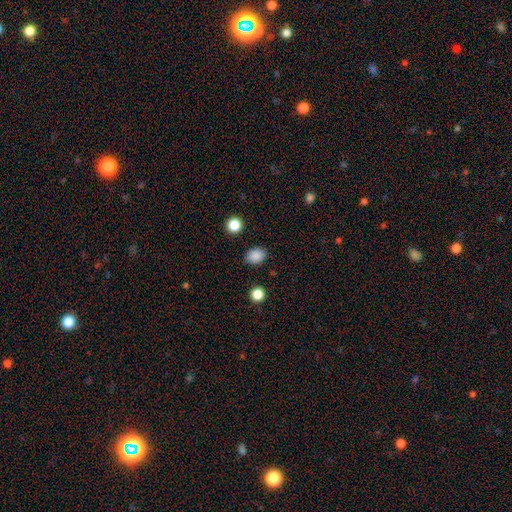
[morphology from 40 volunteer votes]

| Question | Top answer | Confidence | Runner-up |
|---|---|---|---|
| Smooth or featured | smooth | 92% | star or artifact (5%) |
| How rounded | in between | 73% | round (27%) |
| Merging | none | 92% | minor disturbance (5%) |